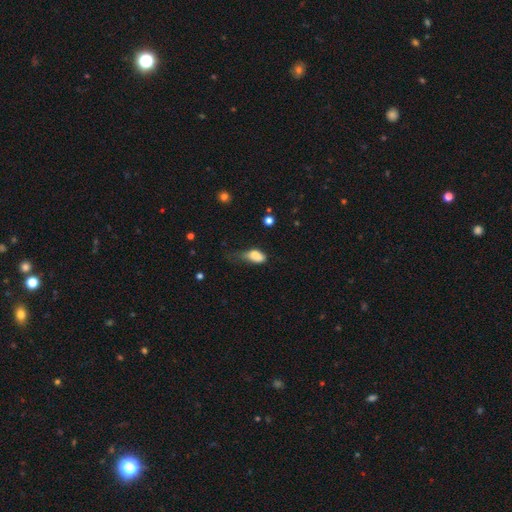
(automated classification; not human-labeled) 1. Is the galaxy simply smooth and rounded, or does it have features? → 82% smooth, 10% featured or disk, 8% star or artifact.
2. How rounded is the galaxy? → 88% in between, 7% round, 5% cigar-shaped.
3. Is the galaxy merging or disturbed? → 42% minor disturbance, 34% major disturbance, 20% none, 3% merger.